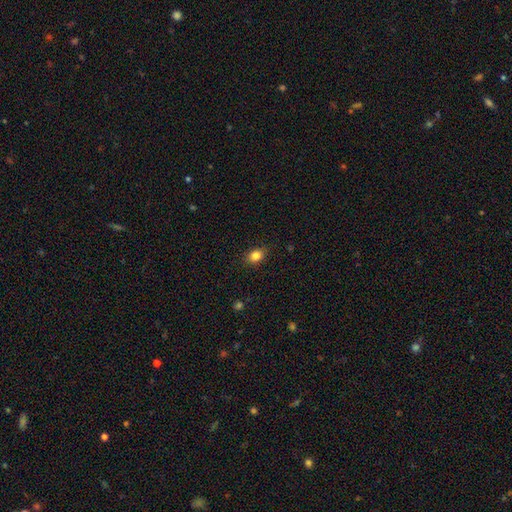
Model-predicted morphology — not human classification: Smooth or featured? Predicted: smooth (p=0.84). How rounded? Predicted: in between (p=0.61). Merging? Predicted: none (p=0.86).